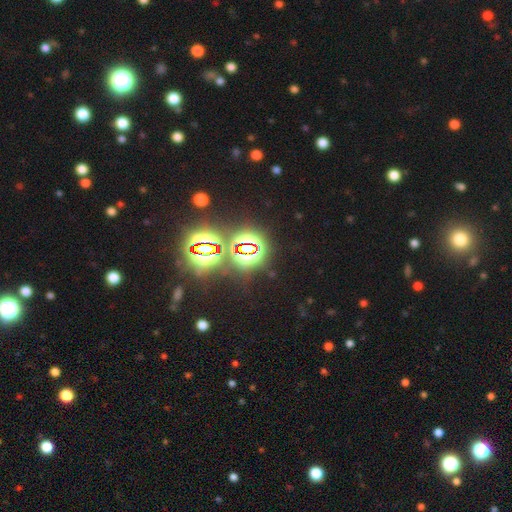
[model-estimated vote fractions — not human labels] This appears to be a star or artifact, not a galaxy (78%).